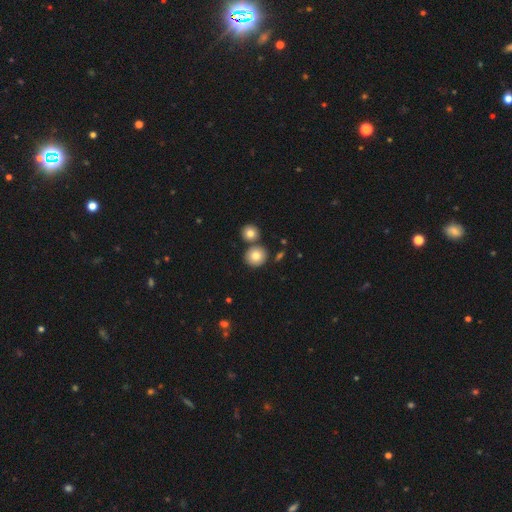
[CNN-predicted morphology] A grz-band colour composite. It shows a smooth galaxy with no disk features (80%) that is round (87%). Merging: none (74%).